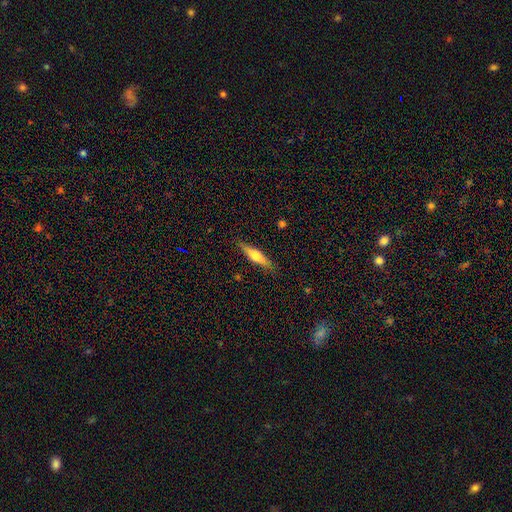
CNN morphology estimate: Smooth or featured? Predicted: smooth (p=0.47). Merging? Predicted: none (p=0.88).